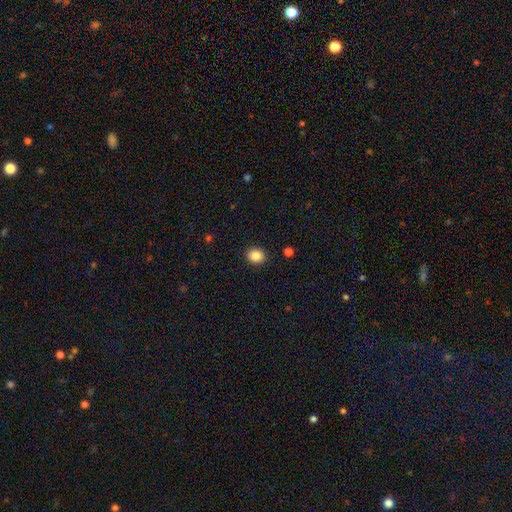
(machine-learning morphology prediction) Smooth or featured: smooth — 86% (star or artifact — 10%)
How rounded: round — 66% (in between — 34%)
Merging: none — 91% (minor disturbance — 6%)